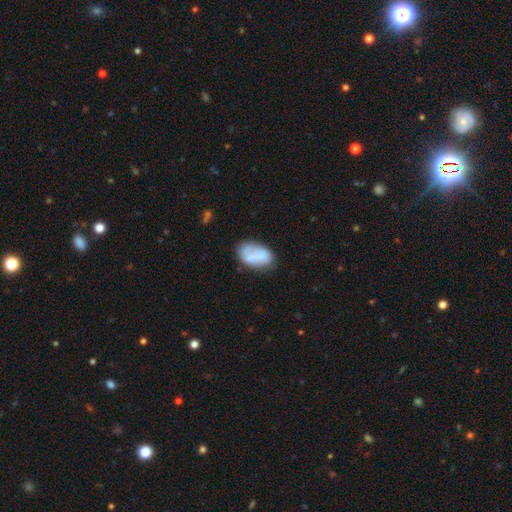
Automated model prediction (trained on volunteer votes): Morphology: type=smooth (73%); roundness=in between (92%); merging=none (63%).